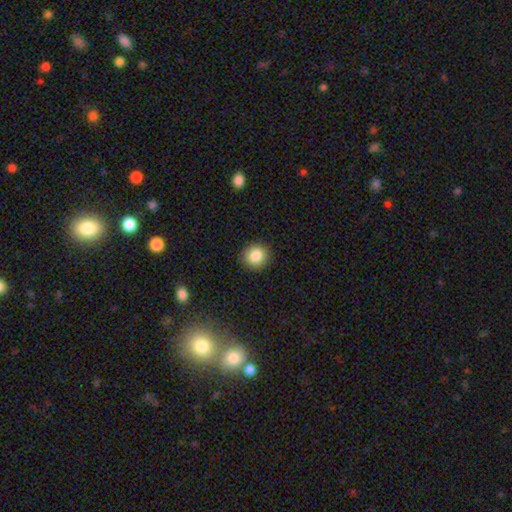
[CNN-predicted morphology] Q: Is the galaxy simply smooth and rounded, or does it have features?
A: smooth — 85%.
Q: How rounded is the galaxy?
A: round — 91%.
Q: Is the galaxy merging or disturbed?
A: none — 90%.